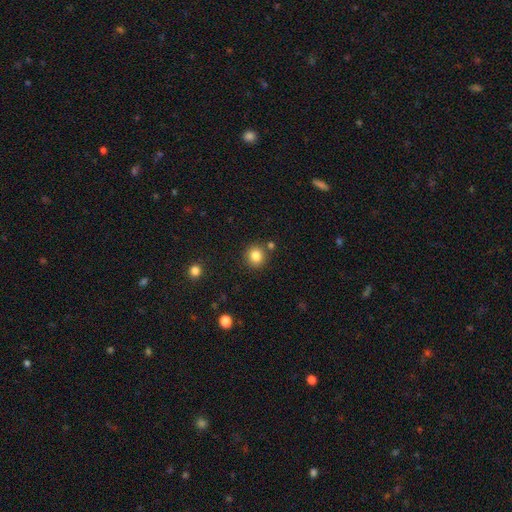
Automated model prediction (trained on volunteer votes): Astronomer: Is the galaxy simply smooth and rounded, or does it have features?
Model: smooth — 83%.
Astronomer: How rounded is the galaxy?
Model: round — 88%.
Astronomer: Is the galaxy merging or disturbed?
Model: none — 83%.